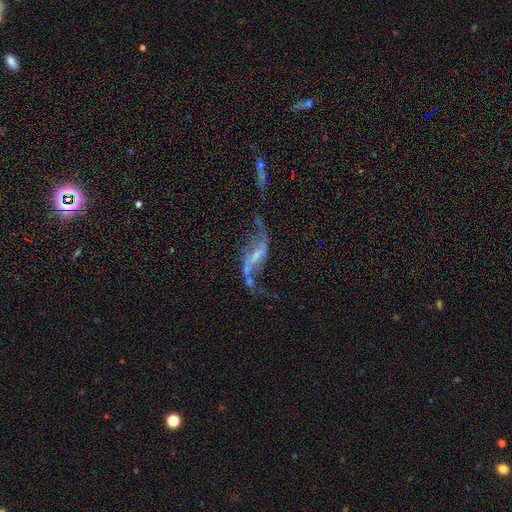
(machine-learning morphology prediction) Smooth or featured? featured or disk (84%)
Edge-on disk? no (93%)
Bar? weak (41%)
Spiral arms? yes (89%)
Spiral winding? loose (91%)
Spiral arm count? 2 (91%)
Bulge size? small (49%)
Merging? none (48%)